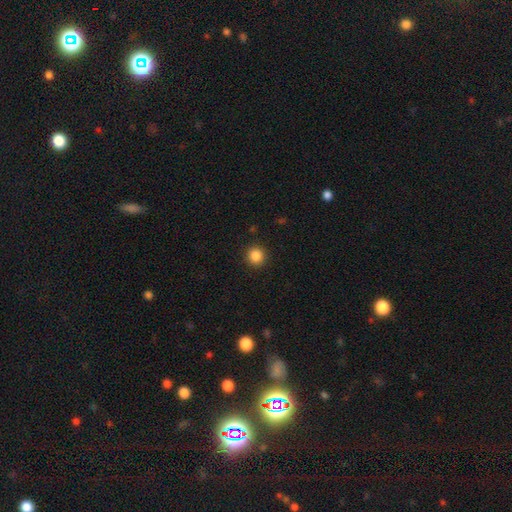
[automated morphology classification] Smooth or featured: smooth — 86% (star or artifact — 11%)
How rounded: round — 94% (in between — 5%)
Merging: none — 92% (minor disturbance — 5%)